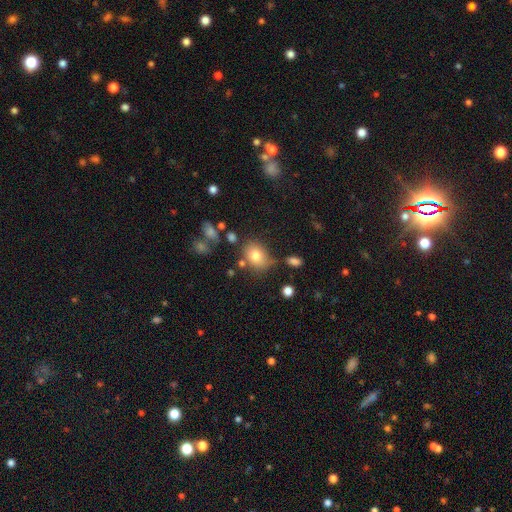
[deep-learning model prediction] This is likely a smooth galaxy (77%). How rounded: possibly in between (60%). Merging: likely none (60%).